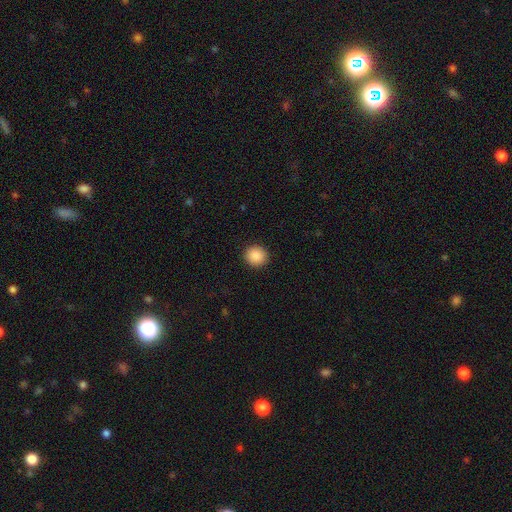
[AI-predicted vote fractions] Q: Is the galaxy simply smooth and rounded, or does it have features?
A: smooth — 88%.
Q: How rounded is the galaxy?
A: round — 91%.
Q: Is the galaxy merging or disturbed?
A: none — 92%.